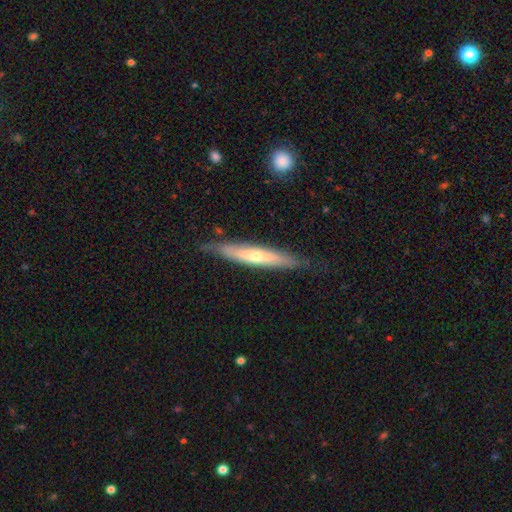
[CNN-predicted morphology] Smooth or featured? featured or disk (56%)
Edge-on disk? yes (82%)
Merging? none (80%)